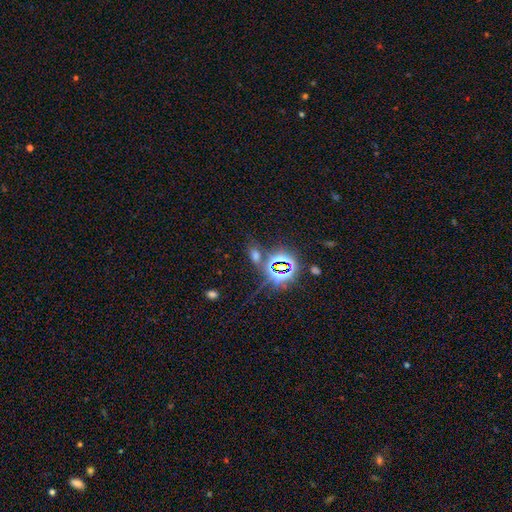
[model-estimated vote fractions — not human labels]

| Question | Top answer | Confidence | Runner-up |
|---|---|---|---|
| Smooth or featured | star or artifact | 51% | smooth (40%) |